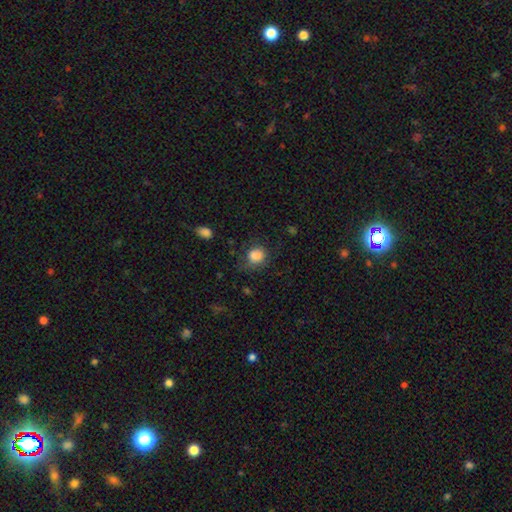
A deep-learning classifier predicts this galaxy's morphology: type=smooth (84%); roundness=round (67%); merging=none (58%).